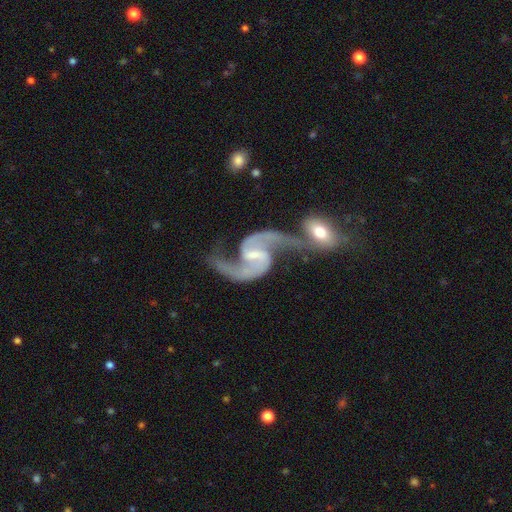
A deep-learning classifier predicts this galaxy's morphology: type=featured or disk (93%); edge-on=no (98%); bar=weak (50%); spiral arms=yes (98%); winding=loose (49%); arm count=2 (95%); bulge=small (63%); merging=none (45%).